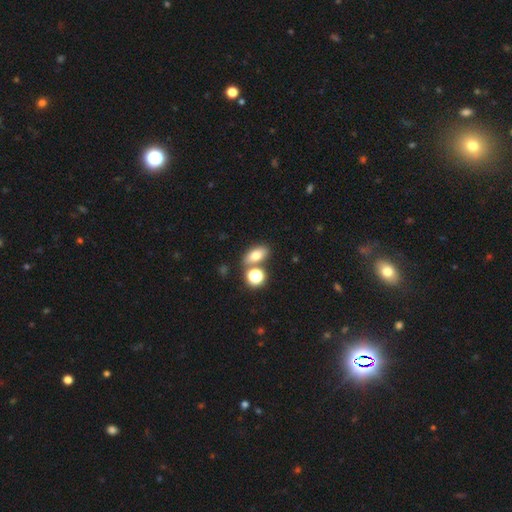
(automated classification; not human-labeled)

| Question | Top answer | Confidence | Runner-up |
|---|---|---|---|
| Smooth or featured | smooth | 74% | star or artifact (14%) |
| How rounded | in between | 75% | round (19%) |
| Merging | none | 67% | merger (19%) |